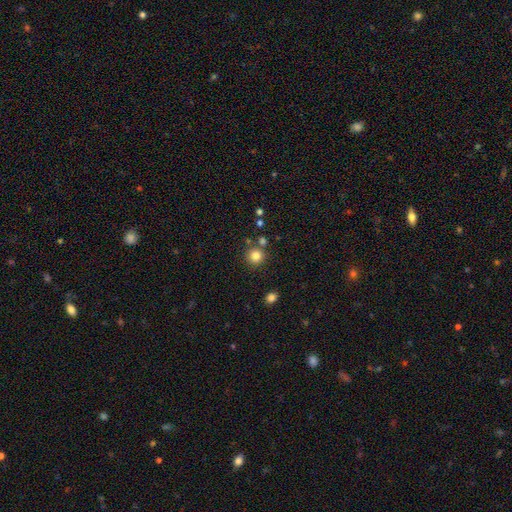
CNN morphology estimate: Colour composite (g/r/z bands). It shows a smooth galaxy with no disk features (82%) that is round (93%). Merging: none (80%).